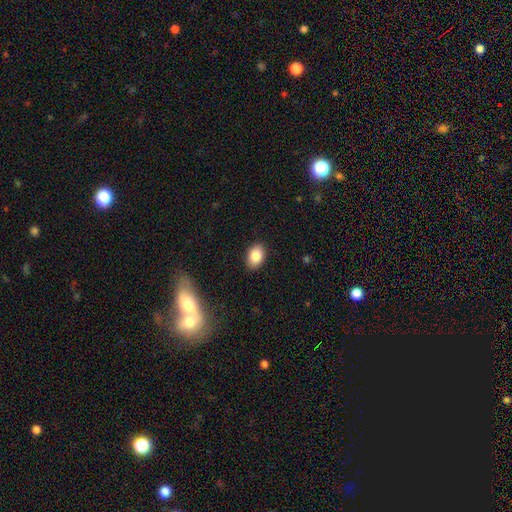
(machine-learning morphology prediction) This appears to be a smooth galaxy with no disk features (84%) that is in between round and cigar-shaped (85%). Merging: none (89%).